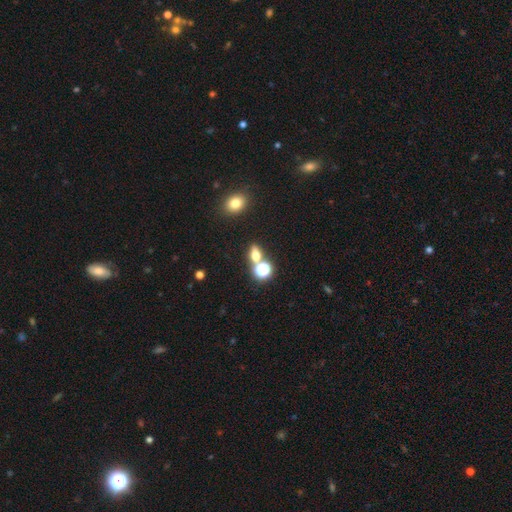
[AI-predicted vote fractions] This is possibly a smooth galaxy (60%). How rounded: possibly in between (54%). Merging: likely none (60%).